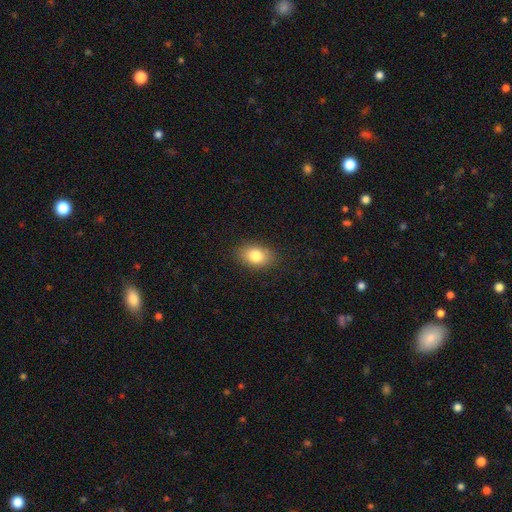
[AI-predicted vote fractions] The model was most divided on "how rounded": in between: 83%, round: 16%, cigar-shaped: 1%. More confident: merging — none (86%); smooth or featured — smooth (82%).